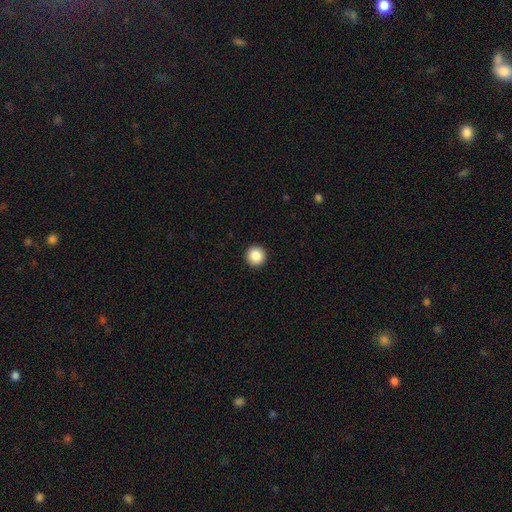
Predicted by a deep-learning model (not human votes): smooth 87%, star or artifact 9%, featured or disk 4%. Down the decision tree: how rounded — round (95%); merging — none (94%).